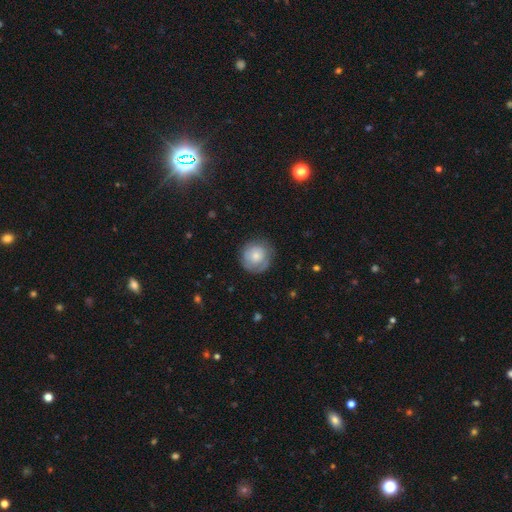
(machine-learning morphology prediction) type=smooth (56%); roundness=round (91%); merging=none (76%).